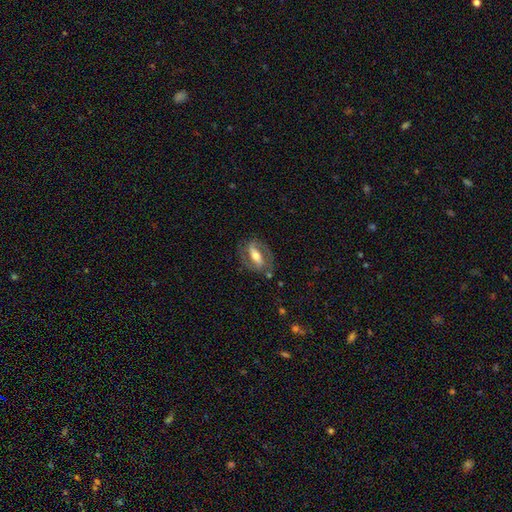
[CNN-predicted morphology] smooth-or-featured: featured or disk: 71% | smooth: 23% | star or artifact: 6%
  disk-edge-on: no: 87% | yes: 13%
    bar: strong: 60% | weak: 23% | no: 17%
    has-spiral-arms: yes: 74% | no: 26%
    bulge-size: moderate: 64% | small: 20% | large: 13% | dominant: 2% | none: 1%
  merging: none: 74% | minor disturbance: 16% | major disturbance: 9% | merger: 2%